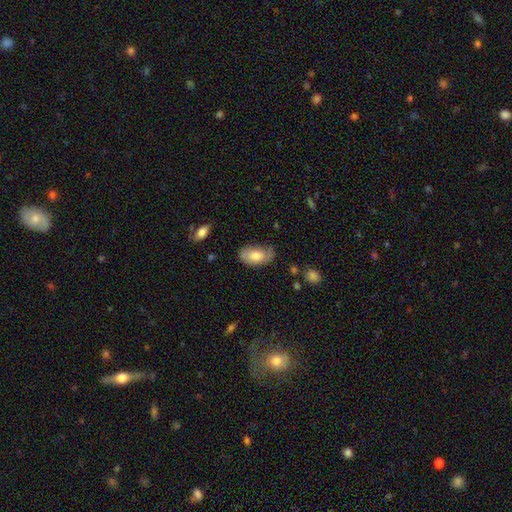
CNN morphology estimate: Smooth or featured: smooth — 64% (featured or disk — 28%)
How rounded: in between — 92% (round — 6%)
Merging: none — 53% (minor disturbance — 33%)